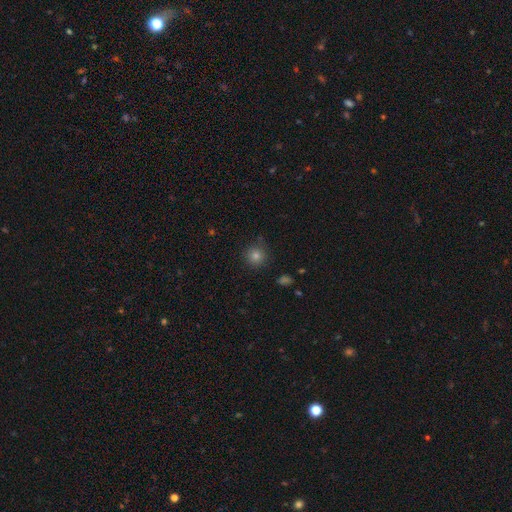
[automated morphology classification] Smooth or featured?
  - smooth: 78% *
  - star or artifact: 16%
  - featured or disk: 6%
How rounded?
  - round: 94% *
  - in between: 5%
  - cigar-shaped: 1%
Merging?
  - none: 87% *
  - minor disturbance: 9%
  - major disturbance: 2%
  - merger: 2%